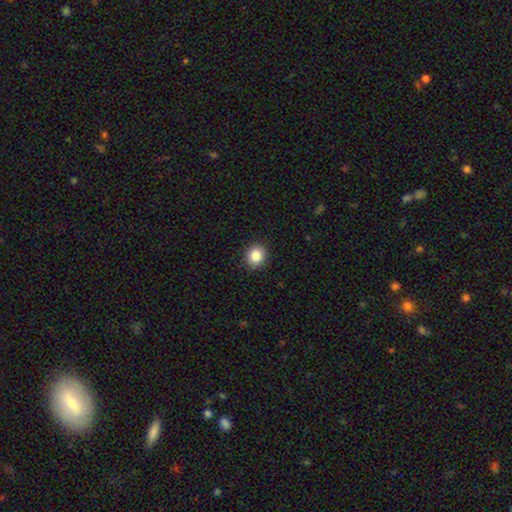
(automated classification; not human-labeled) Q: Smooth or featured?
A: smooth (85%); runner-up: star or artifact (10%)
Q: How rounded?
A: round (76%); runner-up: in between (23%)
Q: Merging?
A: none (91%); runner-up: minor disturbance (7%)